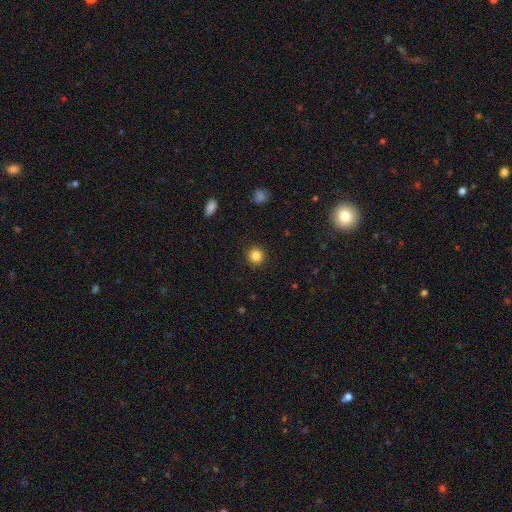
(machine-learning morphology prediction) Smooth or featured? Predicted: smooth (p=0.84). How rounded? Predicted: round (p=0.94). Merging? Predicted: none (p=0.92).